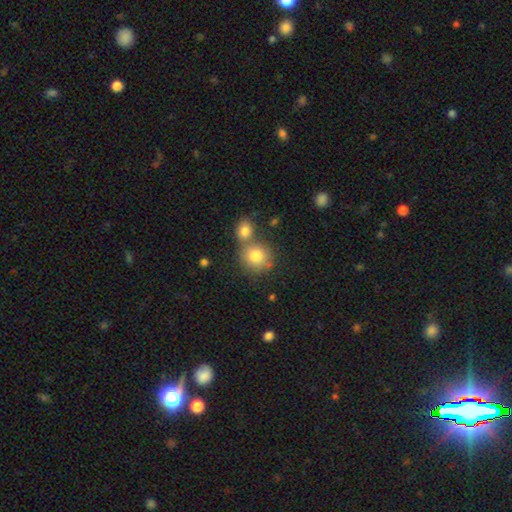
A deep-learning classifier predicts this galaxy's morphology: Smooth or featured: smooth — 81% (featured or disk — 10%)
How rounded: round — 85% (in between — 14%)
Merging: none — 50% (merger — 37%)